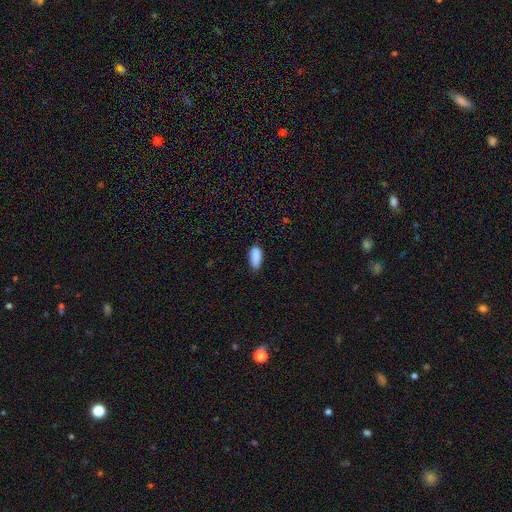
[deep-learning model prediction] A smooth galaxy with no disk features (88%) that is in between round and cigar-shaped (86%). Merging: none (70%).